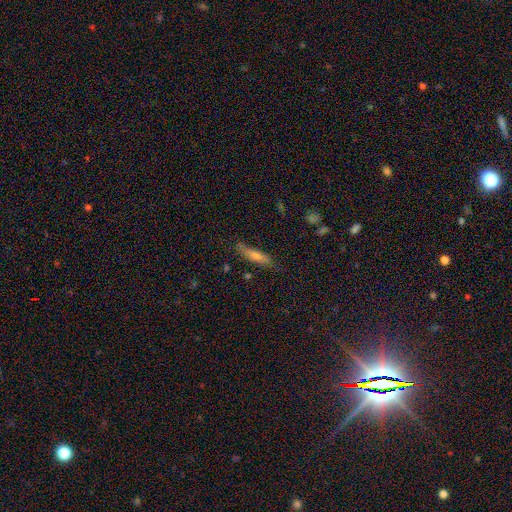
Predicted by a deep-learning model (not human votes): This is possibly a smooth galaxy (57%). How rounded: likely cigar-shaped (78%). Merging: likely none (77%).